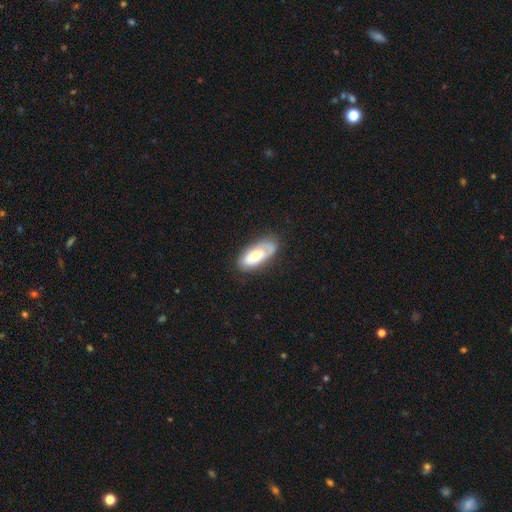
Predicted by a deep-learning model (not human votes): A smooth galaxy with no disk features (54%) that is in between round and cigar-shaped (86%).

Vote fractions:
- Smooth or featured? smooth: 54% / featured or disk: 40% / star or artifact: 6%
- How rounded? in between: 86% / cigar-shaped: 11% / round: 3%
- Merging? none: 70% / minor disturbance: 22% / major disturbance: 6% / merger: 2%